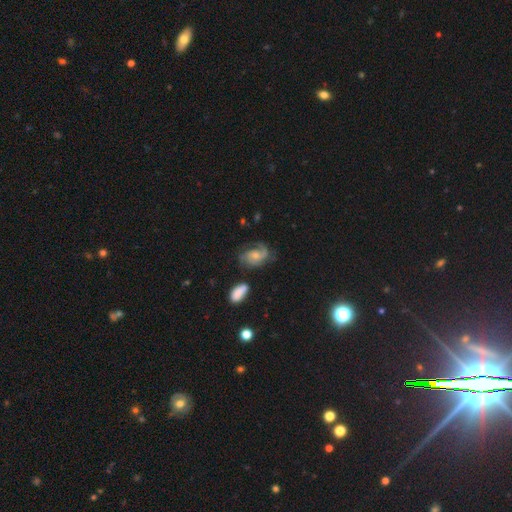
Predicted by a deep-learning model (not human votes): Smooth or featured? Predicted: featured or disk (p=0.78). Edge-on disk? Predicted: no (p=0.97). Bar? Predicted: no (p=0.64). Spiral arms? Predicted: yes (p=0.94). Spiral winding? Predicted: medium (p=0.46). Spiral arm count? Predicted: 2 (p=0.54). Bulge size? Predicted: small (p=0.49). Merging? Predicted: none (p=0.56).